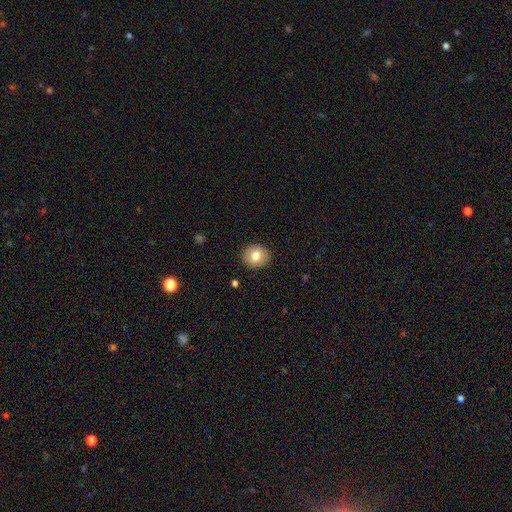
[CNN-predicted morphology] Smooth or featured? Predicted: smooth (p=0.78). How rounded? Predicted: round (p=0.77). Merging? Predicted: none (p=0.90).